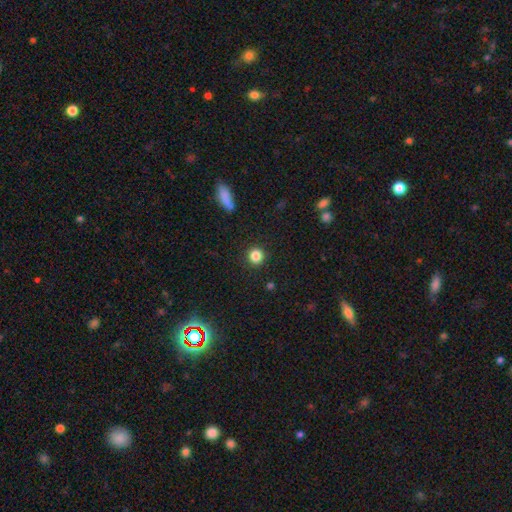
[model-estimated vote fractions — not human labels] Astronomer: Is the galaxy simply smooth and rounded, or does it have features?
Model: smooth — 84%.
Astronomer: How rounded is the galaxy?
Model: round — 94%.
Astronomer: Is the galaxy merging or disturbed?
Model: none — 91%.